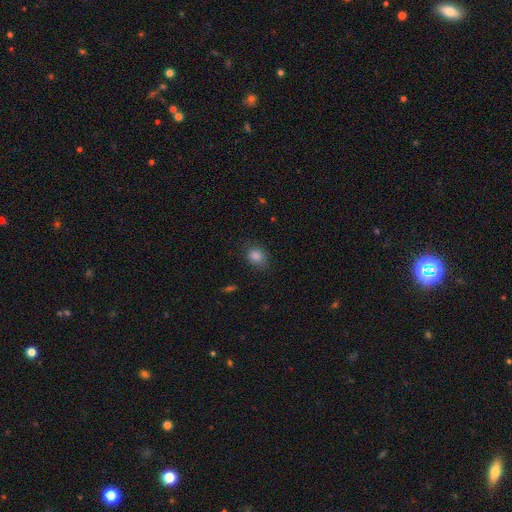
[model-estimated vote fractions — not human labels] smooth-or-featured: smooth: 85% | star or artifact: 10% | featured or disk: 5%
  how-rounded: round: 52% | in between: 47% | cigar-shaped: 1%
  merging: none: 79% | minor disturbance: 16% | major disturbance: 4% | merger: 1%